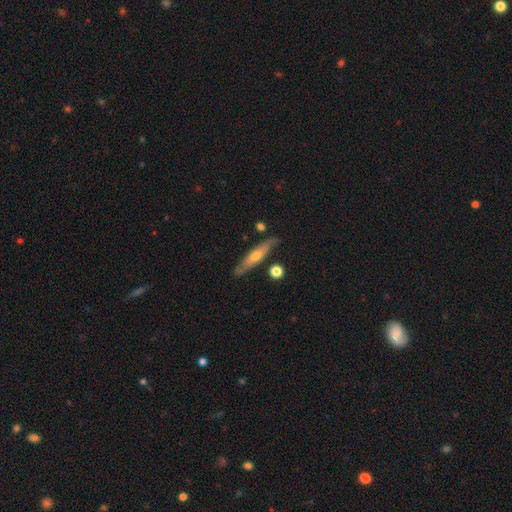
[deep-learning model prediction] Morphology: type=featured or disk (61%); edge-on=yes (80%); merging=none (82%).